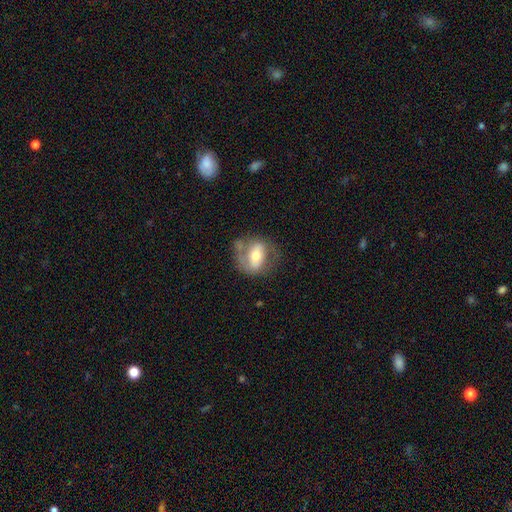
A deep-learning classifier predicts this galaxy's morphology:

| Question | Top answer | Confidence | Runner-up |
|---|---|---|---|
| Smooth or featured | featured or disk | 53% | smooth (40%) |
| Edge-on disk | no | 90% | yes (10%) |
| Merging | none | 53% | minor disturbance (23%) |